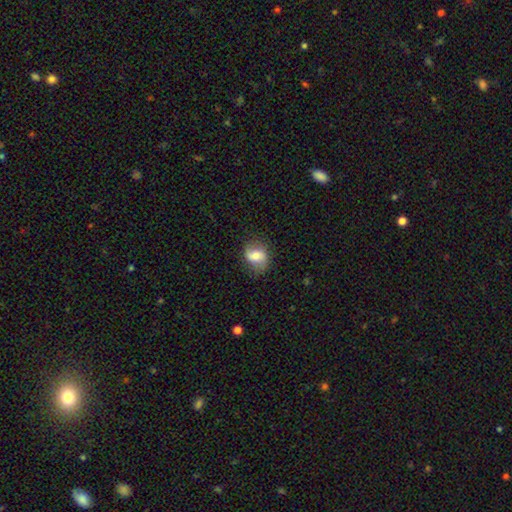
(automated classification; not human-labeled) Smooth or featured?
  - smooth: 58% *
  - featured or disk: 33%
  - star or artifact: 9%
How rounded?
  - round: 53% *
  - in between: 45%
  - cigar-shaped: 1%
Merging?
  - none: 74% *
  - minor disturbance: 18%
  - major disturbance: 6%
  - merger: 1%